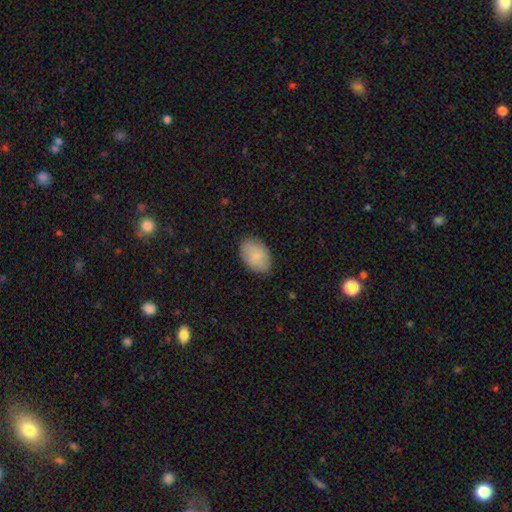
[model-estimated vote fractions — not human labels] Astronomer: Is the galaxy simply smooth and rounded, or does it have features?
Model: smooth — 86%.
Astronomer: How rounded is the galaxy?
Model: in between — 88%.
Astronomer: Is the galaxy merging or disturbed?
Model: none — 85%.